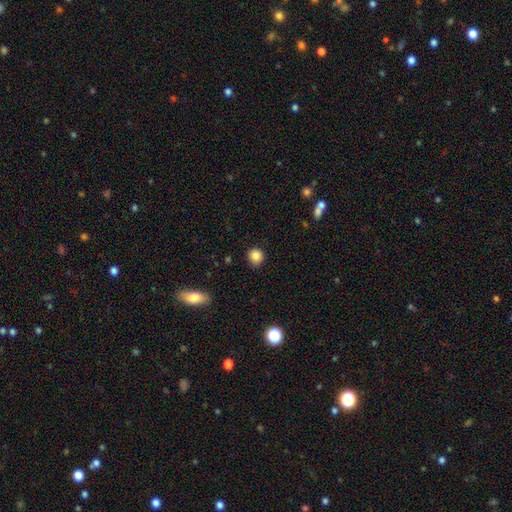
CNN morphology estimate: The model was most divided on "smooth or featured": smooth: 85%, star or artifact: 10%, featured or disk: 4%. More confident: how rounded — round (89%); merging — none (86%).